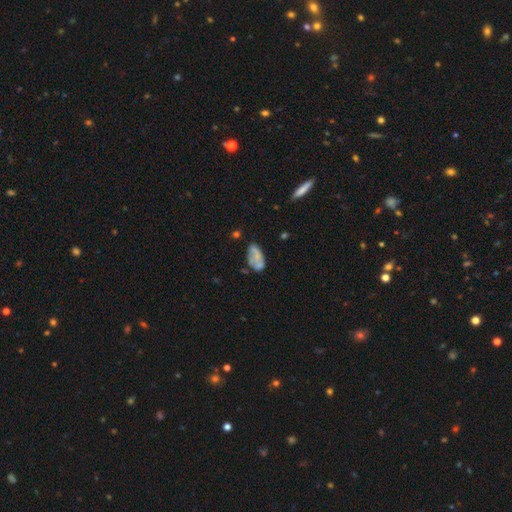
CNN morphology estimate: Q: Smooth or featured?
A: smooth (54%); runner-up: featured or disk (38%)
Q: How rounded?
A: in between (92%); runner-up: round (5%)
Q: Merging?
A: none (49%); runner-up: minor disturbance (27%)